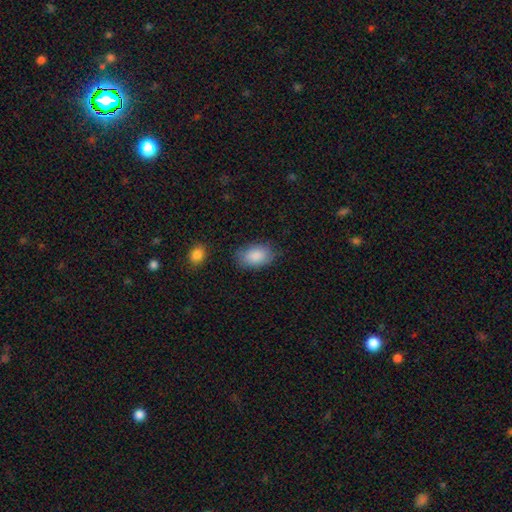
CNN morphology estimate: Smooth or featured? Predicted: smooth (p=0.88). How rounded? Predicted: in between (p=0.89). Merging? Predicted: none (p=0.76).